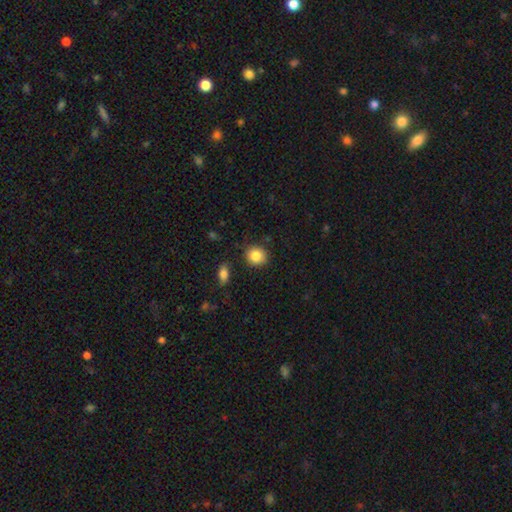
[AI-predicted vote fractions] smooth-or-featured: smooth: 85% | star or artifact: 9% | featured or disk: 6%
  how-rounded: round: 79% | in between: 20% | cigar-shaped: 1%
  merging: none: 84% | minor disturbance: 10% | merger: 3% | major disturbance: 3%